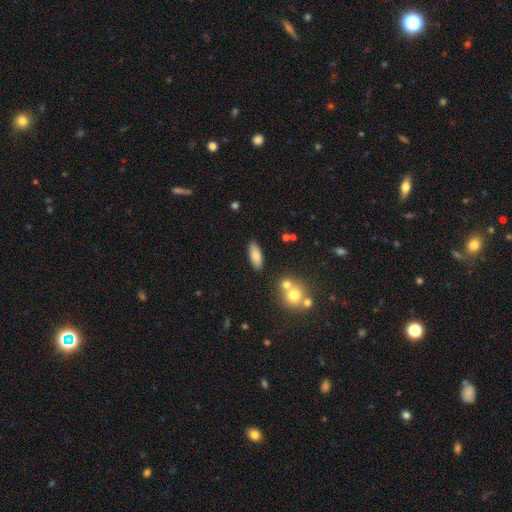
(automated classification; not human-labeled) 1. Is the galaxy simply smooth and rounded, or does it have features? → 80% smooth, 12% featured or disk, 8% star or artifact.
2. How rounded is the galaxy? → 79% in between, 18% cigar-shaped, 3% round.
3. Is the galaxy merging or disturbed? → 84% none, 9% minor disturbance, 4% merger, 2% major disturbance.